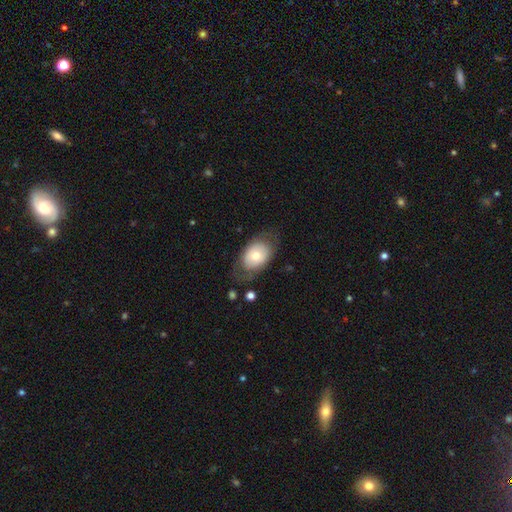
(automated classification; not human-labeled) Overall: smooth (64%; featured or disk 29%). How rounded: in between (81%). Merging: none (67%).